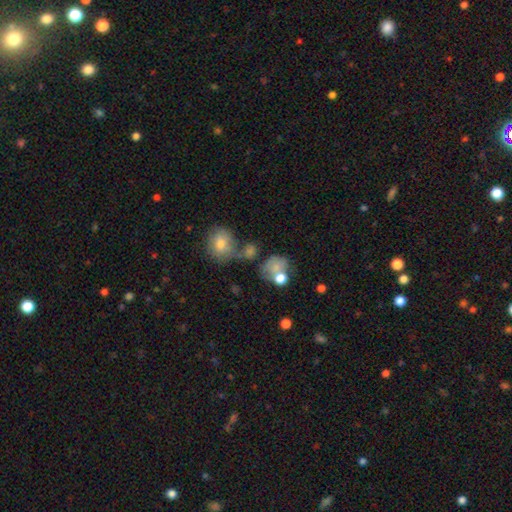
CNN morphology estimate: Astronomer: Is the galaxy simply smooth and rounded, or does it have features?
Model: smooth — 45% (runner-up: star or artifact, 34%).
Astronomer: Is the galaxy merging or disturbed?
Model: none — 49% (runner-up: merger, 31%).